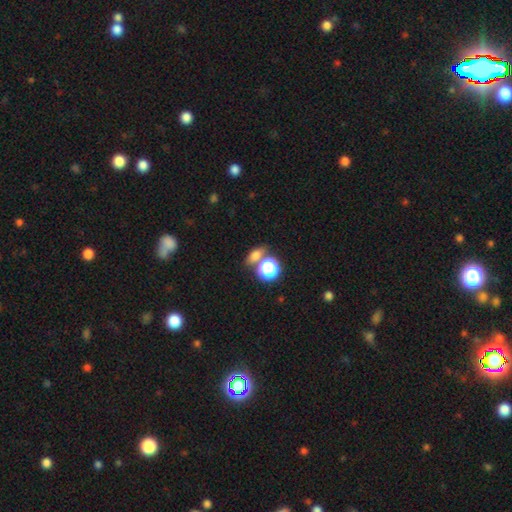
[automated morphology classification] Q: Smooth or featured?
A: smooth (69%); runner-up: star or artifact (19%)
Q: How rounded?
A: in between (54%); runner-up: round (37%)
Q: Merging?
A: none (61%); runner-up: merger (24%)